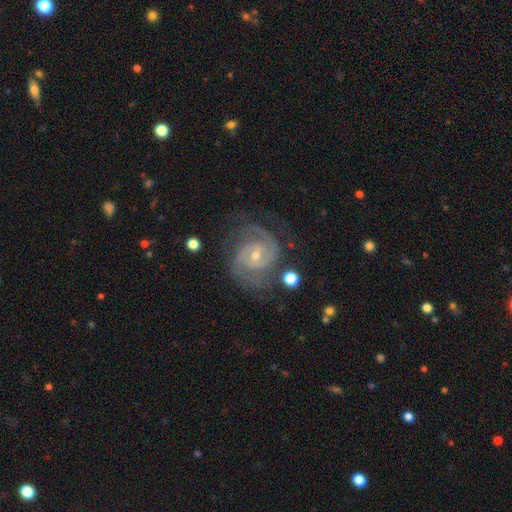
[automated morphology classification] type=featured or disk (89%); edge-on=no (98%); bar=weak (52%); spiral arms=yes (97%); winding=tight (52%); arm count=2 (69%); bulge=small (55%); merging=none (67%).